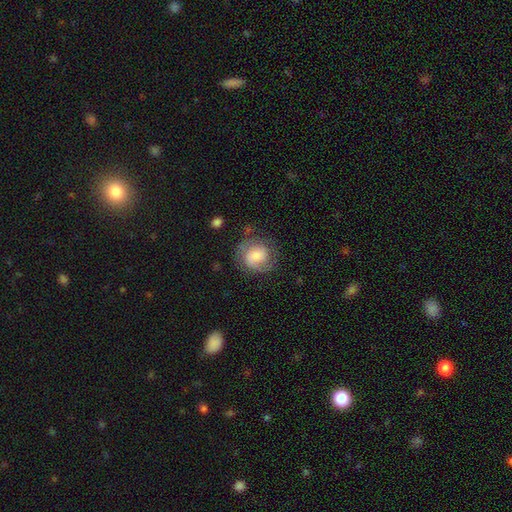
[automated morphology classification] smooth-or-featured: featured or disk: 46% | smooth: 45% | star or artifact: 8%
  merging: none: 68% | minor disturbance: 19% | major disturbance: 11% | merger: 2%